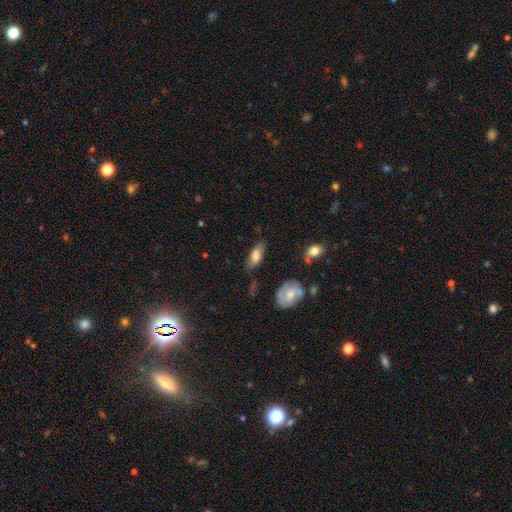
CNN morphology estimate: A smooth galaxy with no disk features (71%) that is in between round and cigar-shaped (77%). Merging: none (69%).